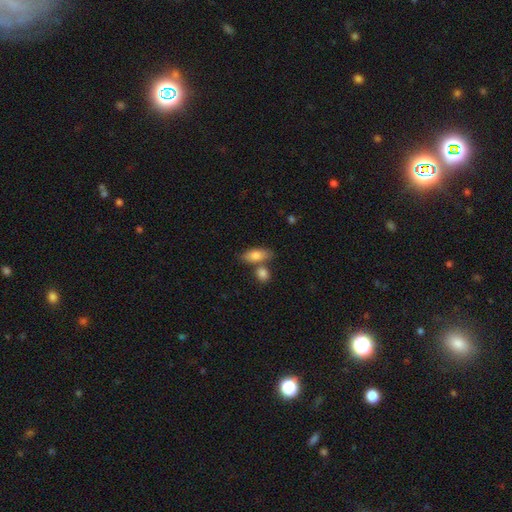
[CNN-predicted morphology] Smooth or featured? Predicted: smooth (p=0.81). How rounded? Predicted: in between (p=0.83). Merging? Predicted: none (p=0.57).